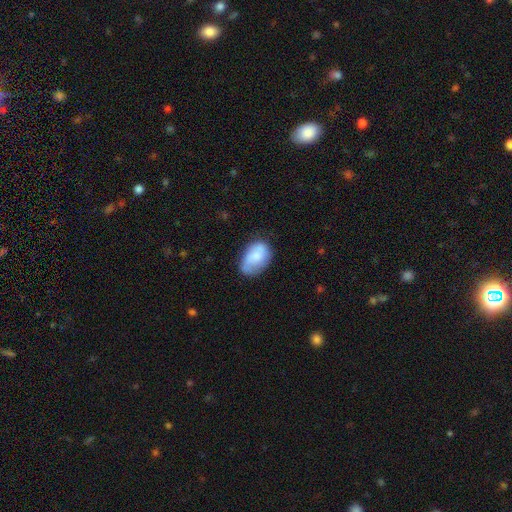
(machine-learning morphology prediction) Smooth or featured?
  - smooth: 69% *
  - featured or disk: 24%
  - star or artifact: 7%
How rounded?
  - in between: 88% *
  - round: 11%
  - cigar-shaped: 1%
Merging?
  - none: 53% *
  - minor disturbance: 32%
  - major disturbance: 11%
  - merger: 5%